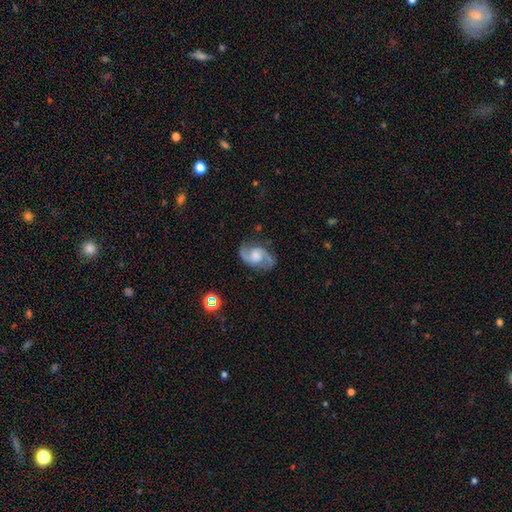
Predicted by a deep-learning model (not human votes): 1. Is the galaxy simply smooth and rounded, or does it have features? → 86% featured or disk, 8% smooth, 6% star or artifact.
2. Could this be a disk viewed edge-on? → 98% no, 2% yes.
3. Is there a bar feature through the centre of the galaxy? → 53% no, 39% weak, 8% strong.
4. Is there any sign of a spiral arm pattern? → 97% yes, 3% no.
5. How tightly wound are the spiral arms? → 55% medium, 32% loose, 13% tight.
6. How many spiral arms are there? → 93% 2, 2% can't tell, 1% 1, 1% 3, 1% 4, 1% more than 4.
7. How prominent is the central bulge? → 32% moderate, 24% large, 23% none, 19% small, 3% dominant.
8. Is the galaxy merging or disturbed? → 80% none, 13% minor disturbance, 5% major disturbance, 1% merger.